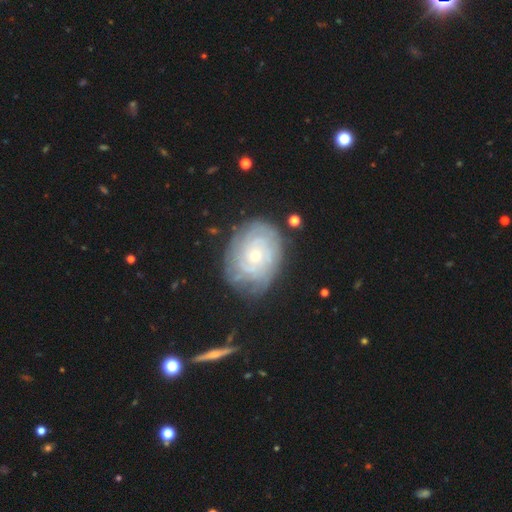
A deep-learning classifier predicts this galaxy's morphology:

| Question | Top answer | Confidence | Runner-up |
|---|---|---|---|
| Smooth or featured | featured or disk | 79% | smooth (15%) |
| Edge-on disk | no | 97% | yes (3%) |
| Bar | no | 80% | weak (16%) |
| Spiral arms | yes | 91% | no (9%) |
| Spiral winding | tight | 79% | medium (16%) |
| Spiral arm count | can't tell | 48% | 4 (14%) |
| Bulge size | small | 67% | moderate (30%) |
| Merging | none | 73% | minor disturbance (18%) |